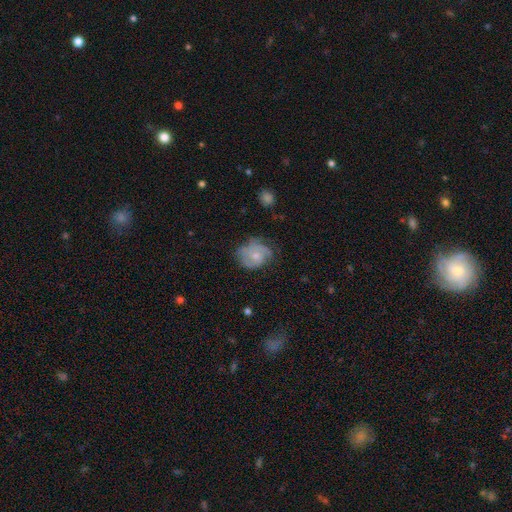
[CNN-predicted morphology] A featured or disk galaxy (71%) with no bar (76%), 2 (38%) tight (47%) spiral arms (91%) and a small central bulge (53%).

Vote fractions:
- Smooth or featured? featured or disk: 71% / smooth: 23% / star or artifact: 7%
- Edge-on disk? no: 98% / yes: 2%
- Bar? no: 76% / weak: 21% / strong: 3%
- Spiral arms? yes: 91% / no: 9%
- Spiral winding? tight: 47% / medium: 39% / loose: 14%
- Spiral arm count? 2: 38% / 3: 25% / can't tell: 22% / 1: 7% / 4: 4% / more than 4: 3%
- Bulge size? small: 53% / moderate: 41% / none: 3% / large: 2% / dominant: 1%
- Merging? none: 58% / minor disturbance: 28% / major disturbance: 13% / merger: 2%